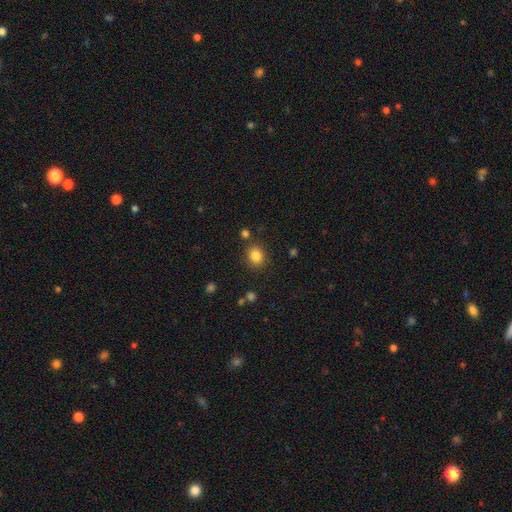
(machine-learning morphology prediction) smooth-or-featured: smooth: 84% | star or artifact: 11% | featured or disk: 5%
  how-rounded: round: 67% | in between: 32% | cigar-shaped: 1%
  merging: none: 83% | minor disturbance: 9% | merger: 4% | major disturbance: 3%